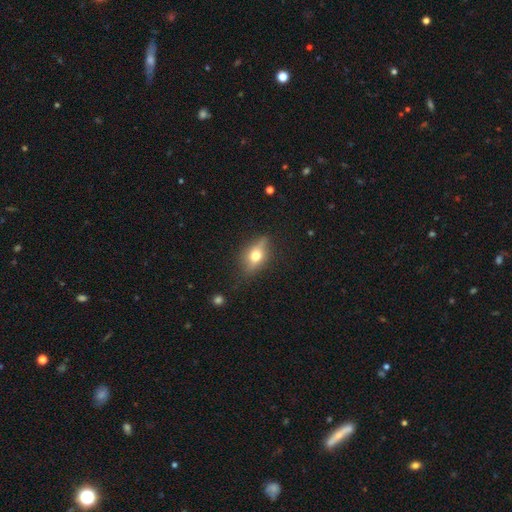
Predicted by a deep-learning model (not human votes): Smooth or featured? smooth (52%)
How rounded? in between (71%)
Merging? none (76%)